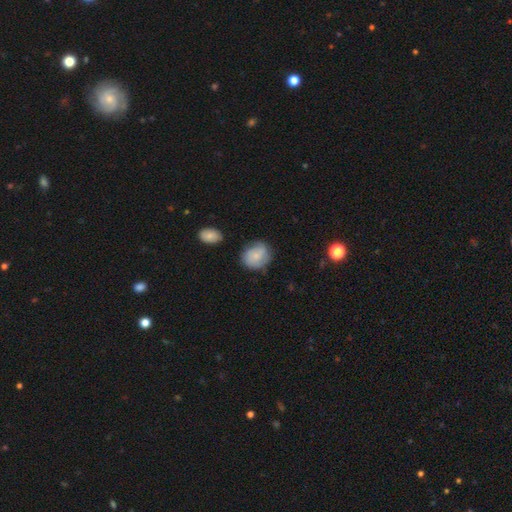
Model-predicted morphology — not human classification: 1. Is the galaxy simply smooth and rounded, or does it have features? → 68% smooth, 25% featured or disk, 8% star or artifact.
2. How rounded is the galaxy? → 73% round, 26% in between, 1% cigar-shaped.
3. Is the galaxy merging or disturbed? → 69% none, 22% minor disturbance, 6% major disturbance, 3% merger.